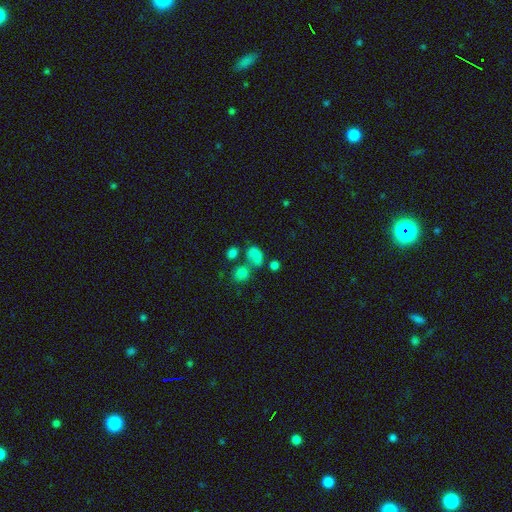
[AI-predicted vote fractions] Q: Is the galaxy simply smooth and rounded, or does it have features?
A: smooth — 70%.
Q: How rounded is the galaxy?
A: in between — 74%.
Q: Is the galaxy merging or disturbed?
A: none — 36%.